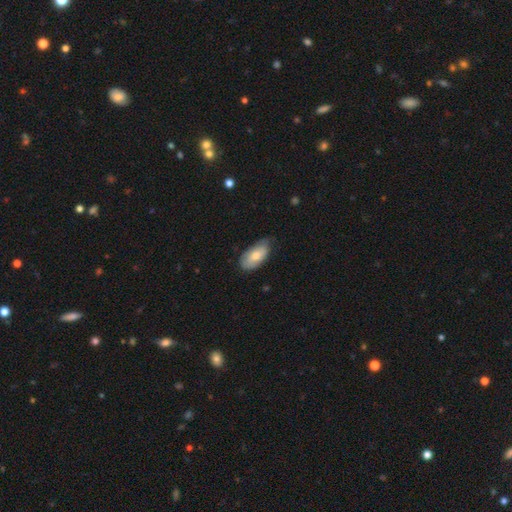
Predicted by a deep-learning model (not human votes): Smooth or featured? Predicted: smooth (p=0.74). How rounded? Predicted: in between (p=0.94). Merging? Predicted: none (p=0.58).